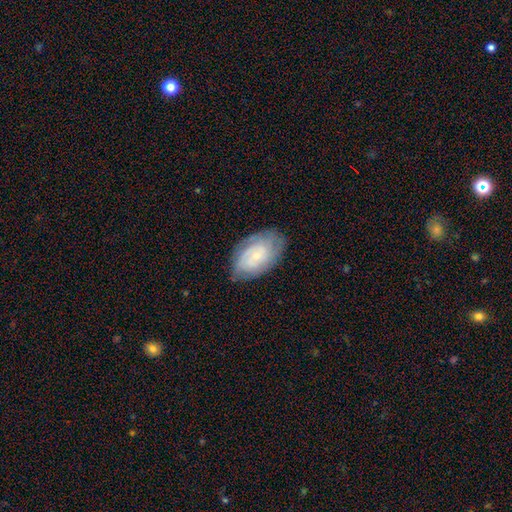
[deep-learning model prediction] Smooth or featured? Predicted: featured or disk (p=0.66). Edge-on disk? Predicted: no (p=0.95). Bar? Predicted: no (p=0.73). Spiral arms? Predicted: yes (p=0.86). Spiral winding? Predicted: tight (p=0.67). Spiral arm count? Predicted: can't tell (p=0.49). Bulge size? Predicted: small (p=0.76). Merging? Predicted: none (p=0.74).